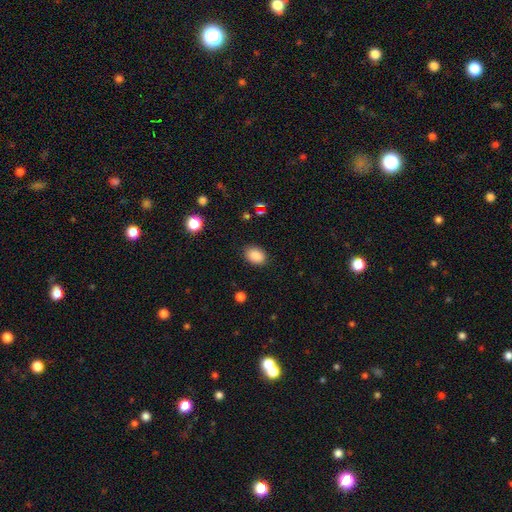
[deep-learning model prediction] Overall: smooth (88%). How rounded: in between (76%). Merging: none (87%).